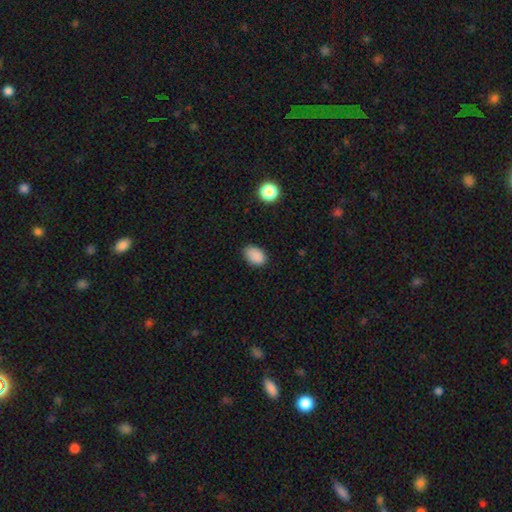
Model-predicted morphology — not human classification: Smooth or featured: smooth — 87% (star or artifact — 10%)
How rounded: in between — 84% (round — 15%)
Merging: none — 81% (minor disturbance — 15%)